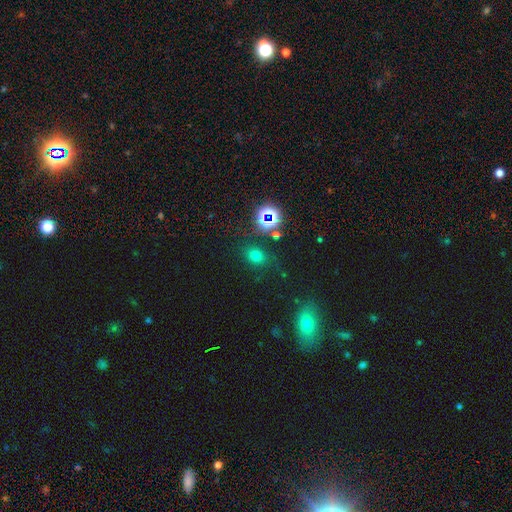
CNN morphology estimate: Overall: smooth (61%; star or artifact 30%). How rounded: round (53%; in between 46%). Merging: none (80%).